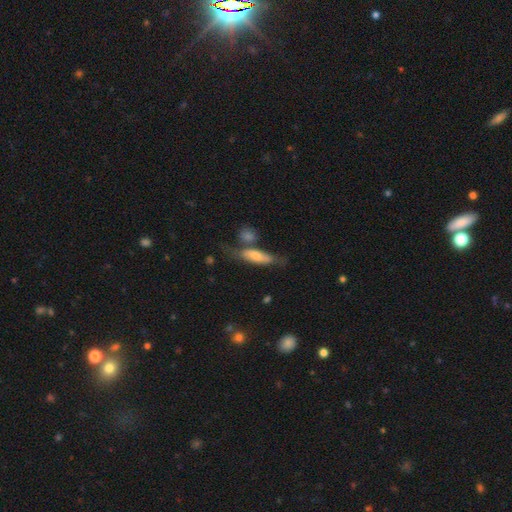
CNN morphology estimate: smooth-or-featured: smooth: 65% | featured or disk: 29% | star or artifact: 6%
  how-rounded: in between: 49% | cigar-shaped: 48% | round: 3%
  merging: none: 43% | merger: 25% | minor disturbance: 20% | major disturbance: 12%